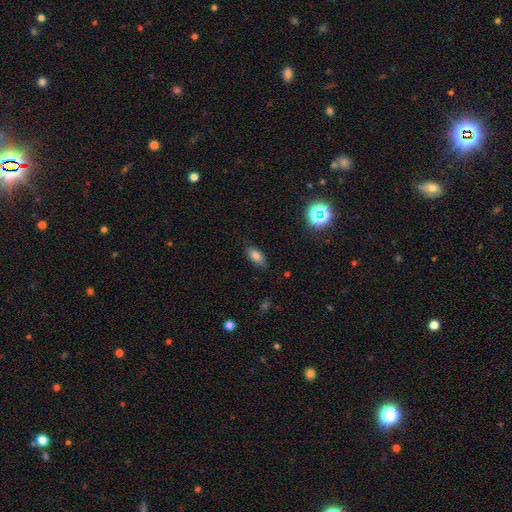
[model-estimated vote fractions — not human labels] Overall: smooth (80%). How rounded: in between (86%). Merging: none (82%).